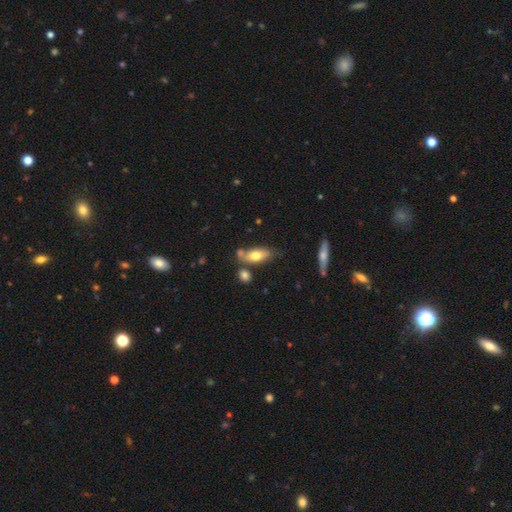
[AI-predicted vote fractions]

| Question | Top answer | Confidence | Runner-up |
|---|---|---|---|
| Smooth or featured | smooth | 65% | featured or disk (28%) |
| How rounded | in between | 74% | cigar-shaped (23%) |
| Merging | none | 60% | minor disturbance (18%) |